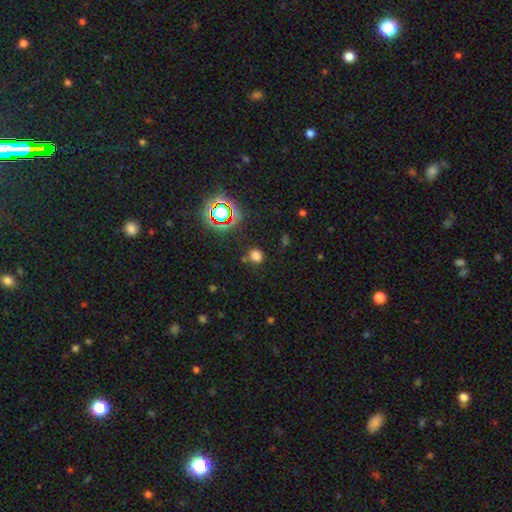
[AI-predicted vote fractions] Q: Smooth or featured?
A: smooth (69%); runner-up: star or artifact (25%)
Q: How rounded?
A: round (79%); runner-up: in between (19%)
Q: Merging?
A: none (77%); runner-up: minor disturbance (12%)